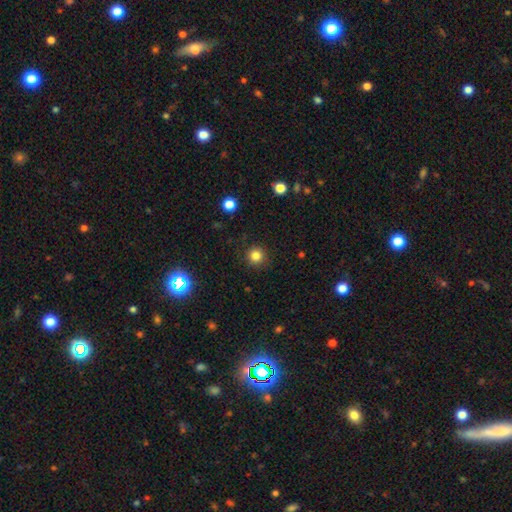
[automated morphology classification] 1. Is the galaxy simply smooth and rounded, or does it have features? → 82% smooth, 13% star or artifact, 5% featured or disk.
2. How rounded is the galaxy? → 95% round, 4% in between, 1% cigar-shaped.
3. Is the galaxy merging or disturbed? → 90% none, 7% minor disturbance, 3% major disturbance, 1% merger.